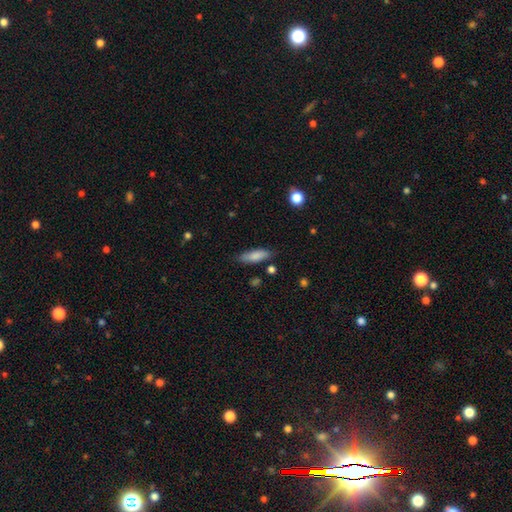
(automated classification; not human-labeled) smooth_or_featured: smooth (p=0.81) [alt: featured or disk p=0.13]
how_rounded: in between (p=0.51) [alt: cigar-shaped p=0.47]
merging: none (p=0.80) [alt: minor disturbance p=0.14]